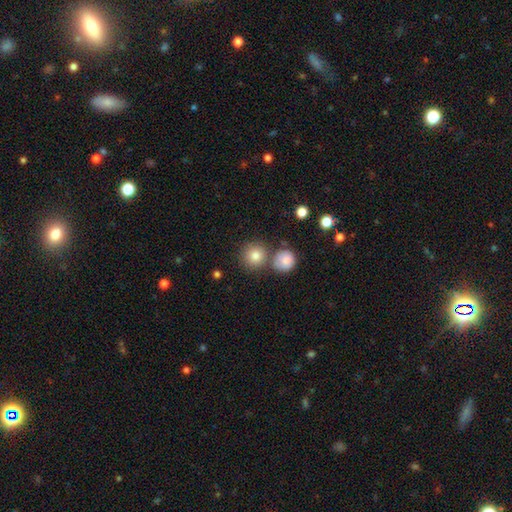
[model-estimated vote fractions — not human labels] Overall: smooth (80%). How rounded: round (91%). Merging: none (70%).